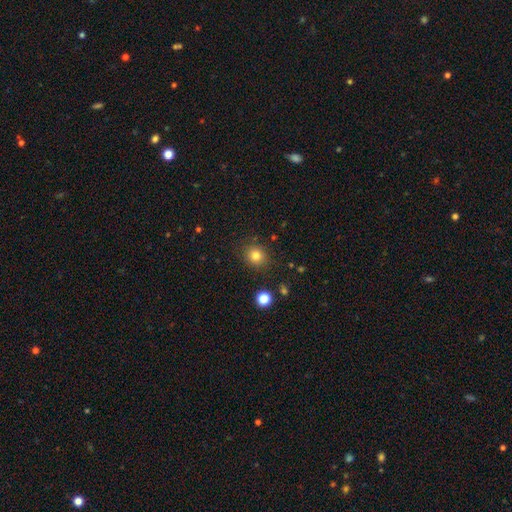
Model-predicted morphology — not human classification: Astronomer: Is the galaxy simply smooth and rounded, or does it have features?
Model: smooth — 81%.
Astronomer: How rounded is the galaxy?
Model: round — 81%.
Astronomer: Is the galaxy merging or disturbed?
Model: none — 86%.